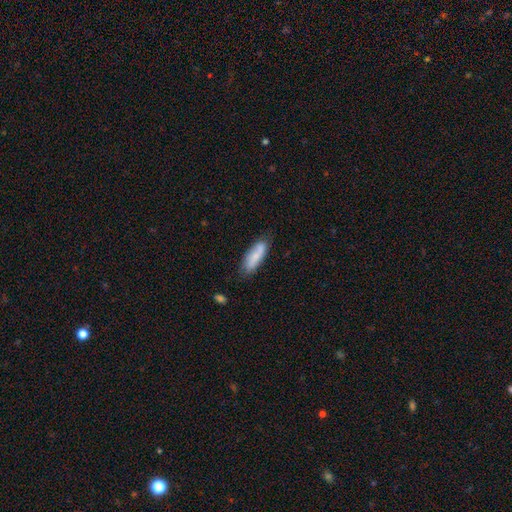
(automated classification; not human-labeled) Morphology: type=smooth (74%); roundness=in between (56%); merging=none (70%).